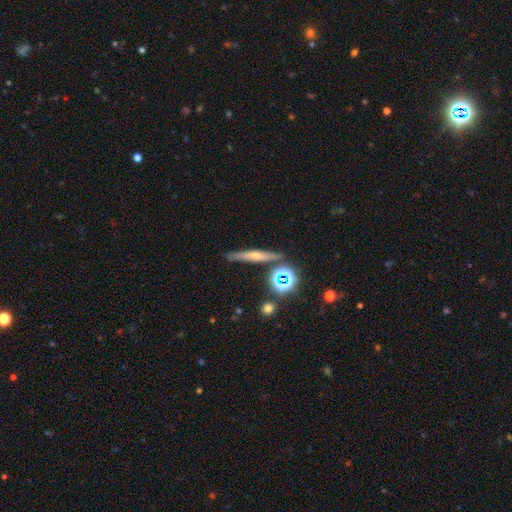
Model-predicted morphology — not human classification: The model was most divided on "smooth or featured": featured or disk: 49%, smooth: 31%, star or artifact: 20%. More confident: merging — none (83%).